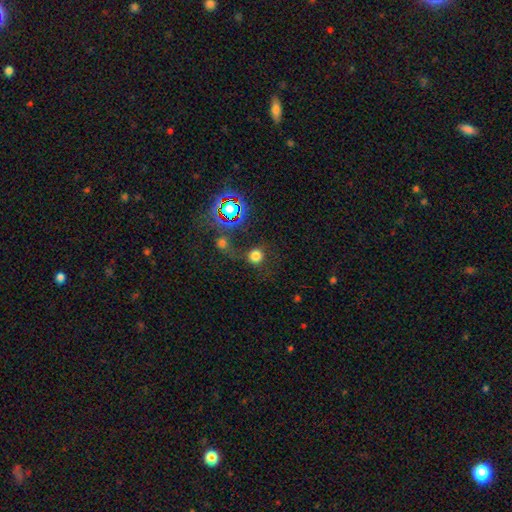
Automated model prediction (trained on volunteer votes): Overall: smooth (72%). How rounded: round (90%). Merging: none (72%).